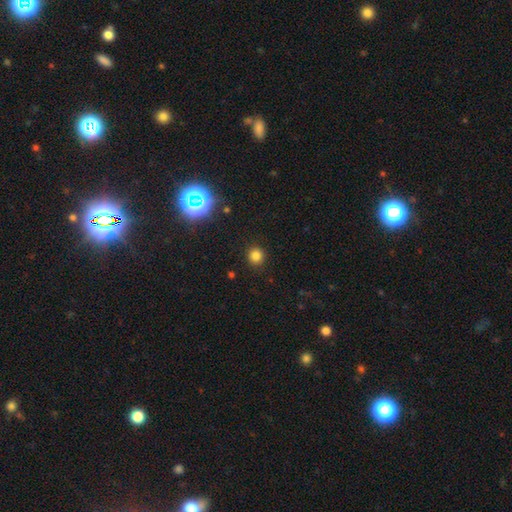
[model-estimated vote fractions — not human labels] Overall: smooth (79%). How rounded: round (91%). Merging: none (90%).